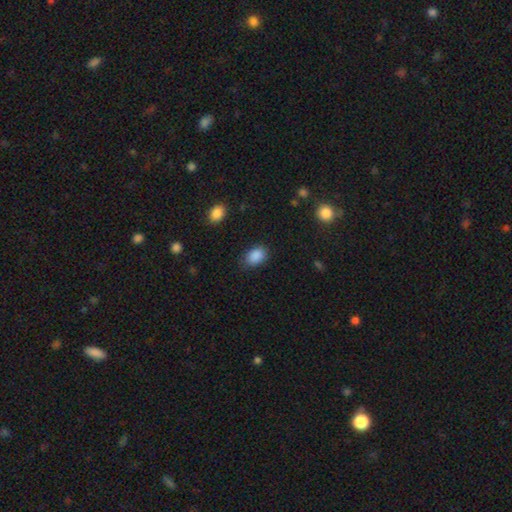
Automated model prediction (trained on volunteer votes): Smooth or featured? smooth (88%)
How rounded? in between (80%)
Merging? none (82%)